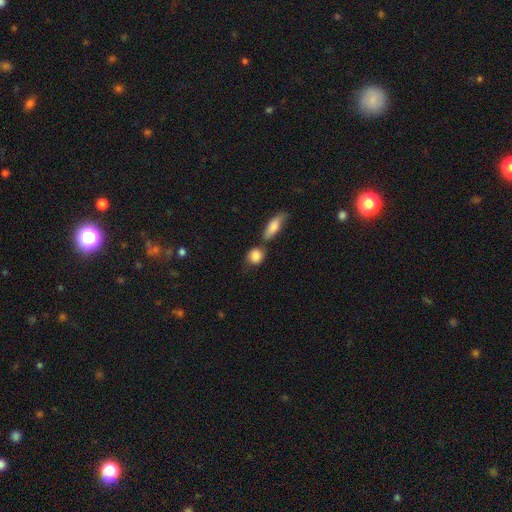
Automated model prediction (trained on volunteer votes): The model was most divided on "merging": none: 54%, merger: 26%, minor disturbance: 15%, major disturbance: 5%. More confident: smooth or featured — smooth (86%); how rounded — round (64%).